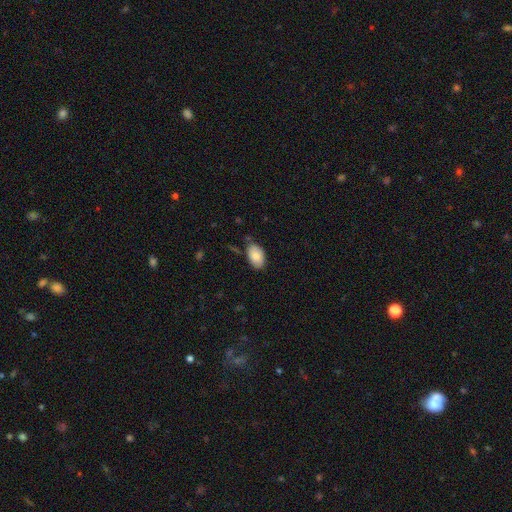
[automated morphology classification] smooth_or_featured: smooth (p=0.83) [alt: featured or disk p=0.11]
how_rounded: in between (p=0.93) [alt: round p=0.06]
merging: none (p=0.75) [alt: minor disturbance p=0.19]